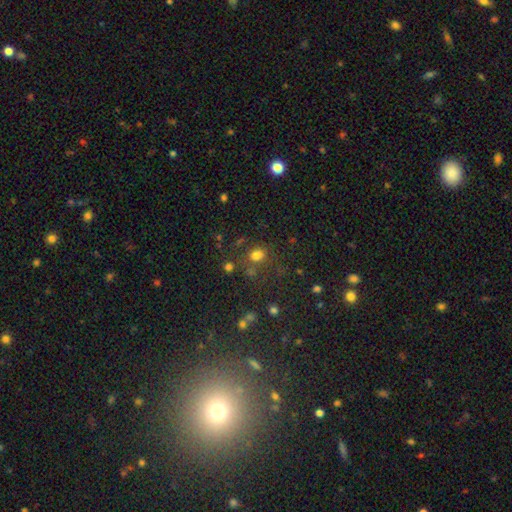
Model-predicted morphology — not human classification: Overall: smooth (72%). How rounded: in between (57%; round 42%). Merging: none (62%).